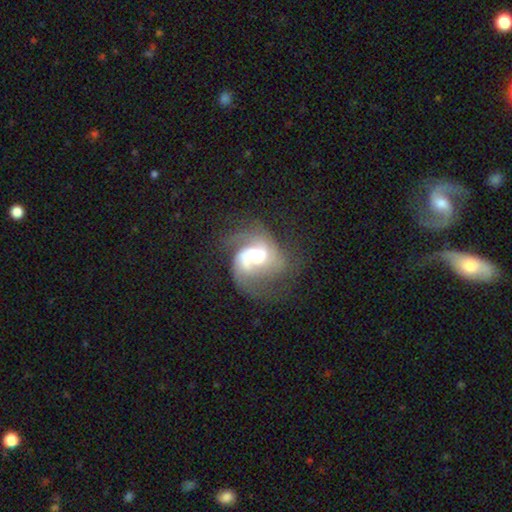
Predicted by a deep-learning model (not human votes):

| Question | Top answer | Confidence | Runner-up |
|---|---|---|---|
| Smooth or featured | featured or disk | 82% | smooth (11%) |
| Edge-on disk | no | 98% | yes (2%) |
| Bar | no | 46% | weak (41%) |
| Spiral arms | yes | 94% | no (6%) |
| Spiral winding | medium | 47% | loose (30%) |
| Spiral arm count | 2 | 48% | 3 (22%) |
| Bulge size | moderate | 55% | large (29%) |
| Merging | none | 46% | major disturbance (29%) |